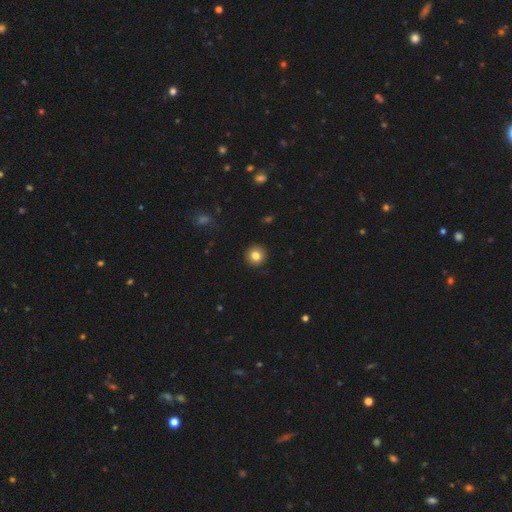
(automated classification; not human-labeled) Smooth or featured? smooth (82%)
How rounded? round (95%)
Merging? none (93%)